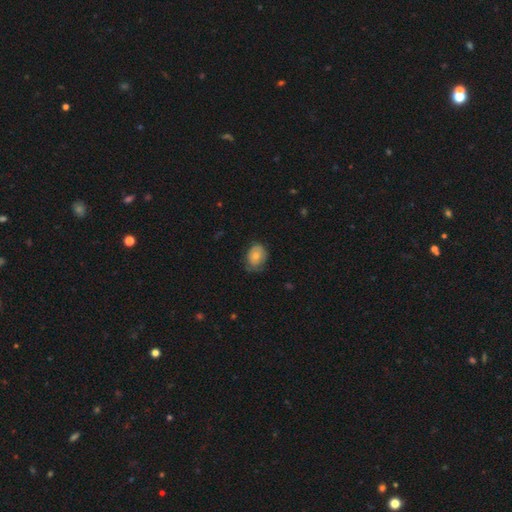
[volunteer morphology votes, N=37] smooth 78%, featured or disk 16%, star or artifact 5%. Down the decision tree: how rounded — round (72%); merging — none (74%).